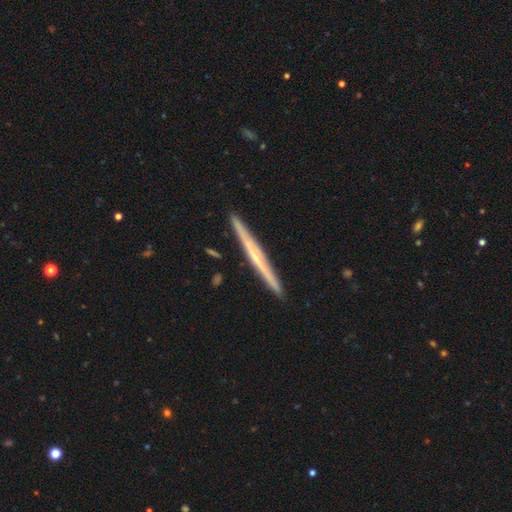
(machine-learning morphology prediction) Smooth or featured: featured or disk — 65% (smooth — 30%)
Edge-on disk: yes — 98% (no — 2%)
Edge-on bulge: none — 64% (rounded — 29%)
Merging: none — 92% (minor disturbance — 5%)